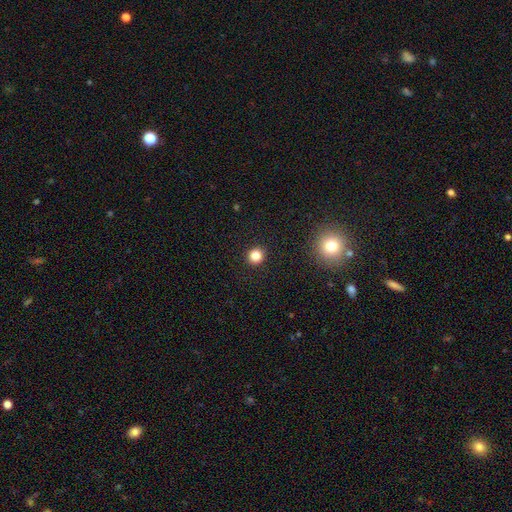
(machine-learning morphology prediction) Smooth or featured? Predicted: smooth (p=0.82). How rounded? Predicted: round (p=0.90). Merging? Predicted: none (p=0.93).